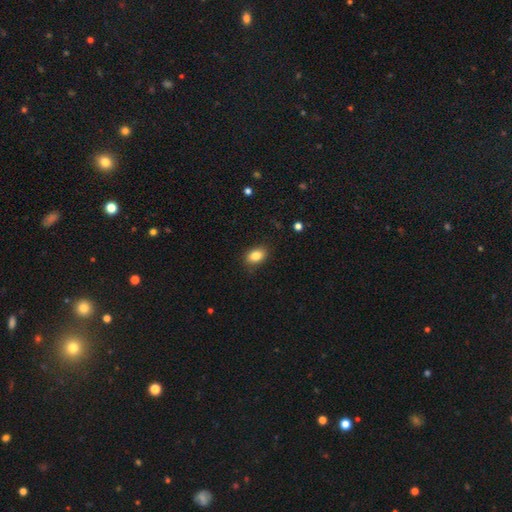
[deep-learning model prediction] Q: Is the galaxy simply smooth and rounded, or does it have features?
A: smooth — 85%.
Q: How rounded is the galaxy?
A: in between — 84%.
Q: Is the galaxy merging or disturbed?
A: none — 86%.